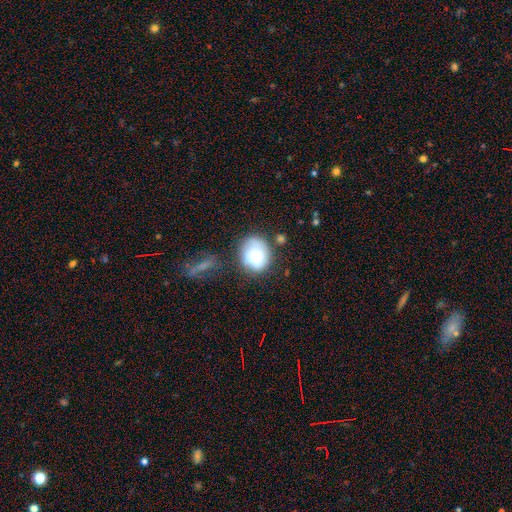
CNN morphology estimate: Smooth or featured: smooth — 58% (featured or disk — 33%)
How rounded: round — 63% (in between — 36%)
Merging: none — 55% (minor disturbance — 24%)